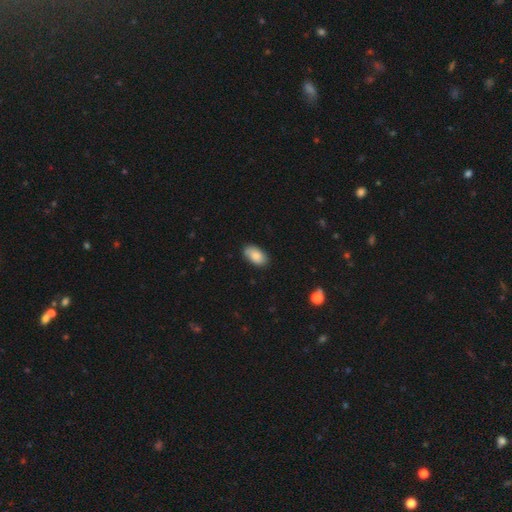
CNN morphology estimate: Smooth or featured?
  - smooth: 84% *
  - featured or disk: 9%
  - star or artifact: 7%
How rounded?
  - in between: 94% *
  - round: 4%
  - cigar-shaped: 2%
Merging?
  - none: 81% *
  - minor disturbance: 15%
  - major disturbance: 3%
  - merger: 1%